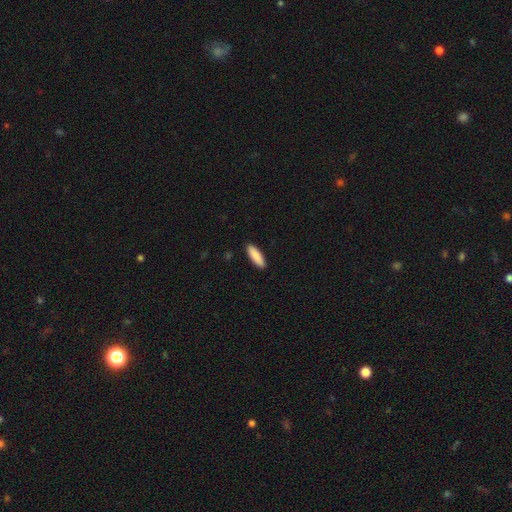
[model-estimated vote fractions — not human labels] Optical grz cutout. It shows a smooth galaxy with no disk features (90%) that is in between round and cigar-shaped (50%). Merging: none (91%).